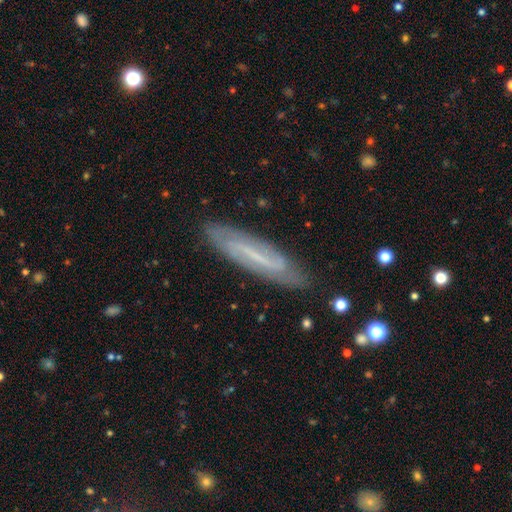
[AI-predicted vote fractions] The model was most divided on "edge-on disk": no: 62%, yes: 38%. More confident: merging — none (81%); smooth or featured — featured or disk (67%).